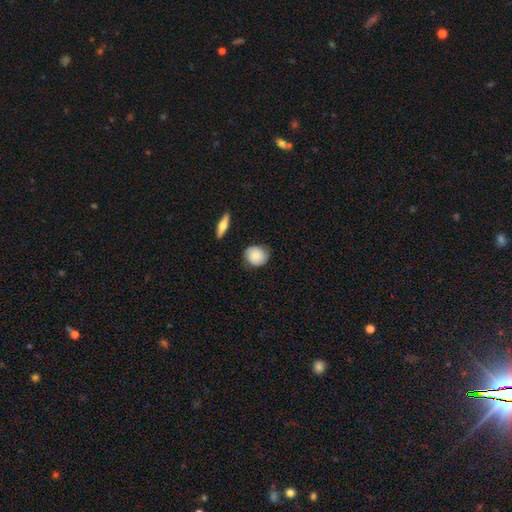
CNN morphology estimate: smooth-or-featured: smooth: 69% | featured or disk: 24% | star or artifact: 7%
  how-rounded: round: 73% | in between: 26% | cigar-shaped: 2%
  merging: none: 76% | minor disturbance: 18% | major disturbance: 3% | merger: 2%